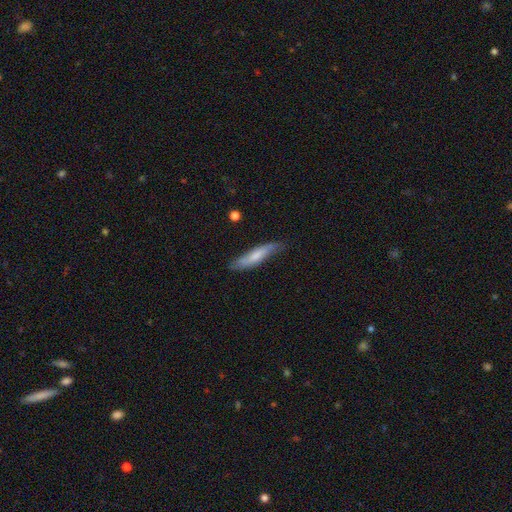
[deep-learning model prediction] This appears to be a smooth galaxy with no disk features (61%) that is cigar-shaped (77%). Merging: none (69%).